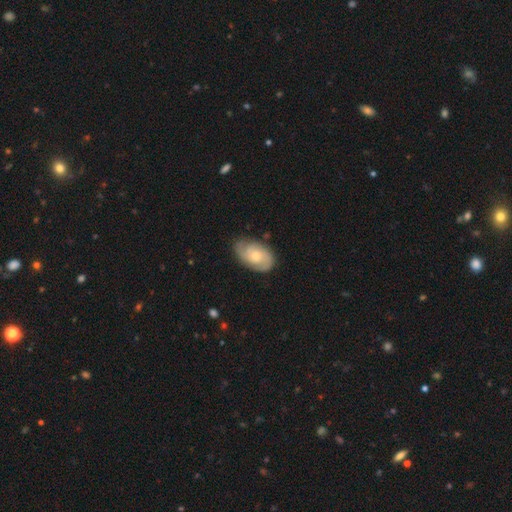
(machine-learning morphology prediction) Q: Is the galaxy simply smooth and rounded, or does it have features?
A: featured or disk — 67%.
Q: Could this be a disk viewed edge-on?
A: no — 96%.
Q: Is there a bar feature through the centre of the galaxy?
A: no — 71%.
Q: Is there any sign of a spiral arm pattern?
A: yes — 92%.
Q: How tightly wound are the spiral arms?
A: medium — 43%, tied with tight.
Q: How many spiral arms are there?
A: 2 — 63%.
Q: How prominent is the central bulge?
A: small — 48%.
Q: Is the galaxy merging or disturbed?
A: none — 76%.